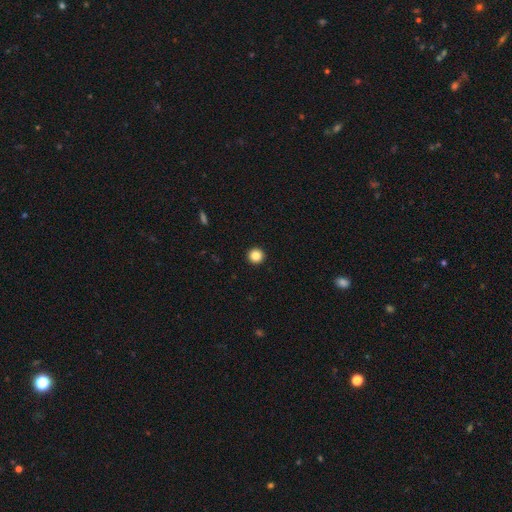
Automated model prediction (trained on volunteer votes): A smooth galaxy with no disk features (85%) that is round (96%). Merging: none (94%).